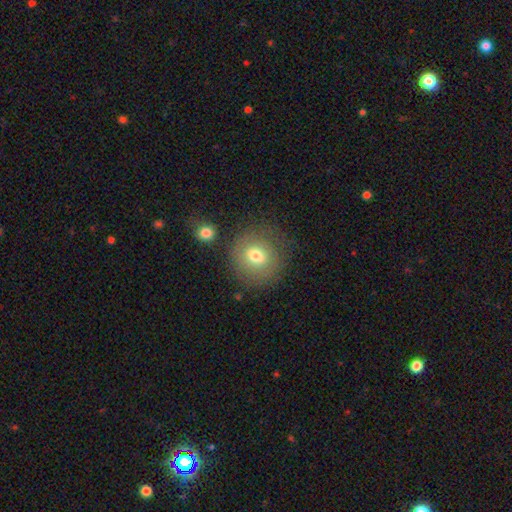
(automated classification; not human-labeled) smooth_or_featured: smooth (p=0.69) [alt: featured or disk p=0.21]
how_rounded: round (p=0.80) [alt: in between p=0.19]
merging: none (p=0.77) [alt: minor disturbance p=0.13]